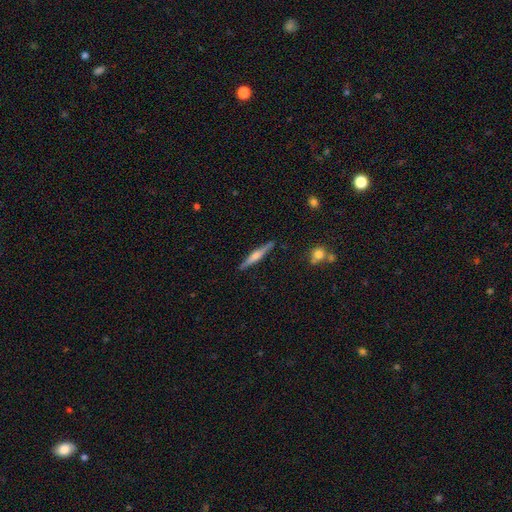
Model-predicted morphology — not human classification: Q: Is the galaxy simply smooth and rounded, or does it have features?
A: featured or disk — 58%.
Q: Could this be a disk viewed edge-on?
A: yes — 97%.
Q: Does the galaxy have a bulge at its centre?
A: rounded — 67%.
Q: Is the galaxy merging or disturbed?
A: none — 89%.